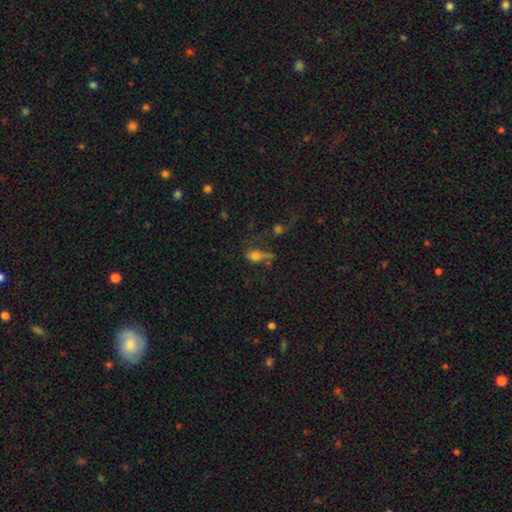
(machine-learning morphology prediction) Q: Smooth or featured?
A: smooth (63%); runner-up: featured or disk (19%)
Q: How rounded?
A: in between (63%); runner-up: round (32%)
Q: Merging?
A: major disturbance (32%); runner-up: none (30%)